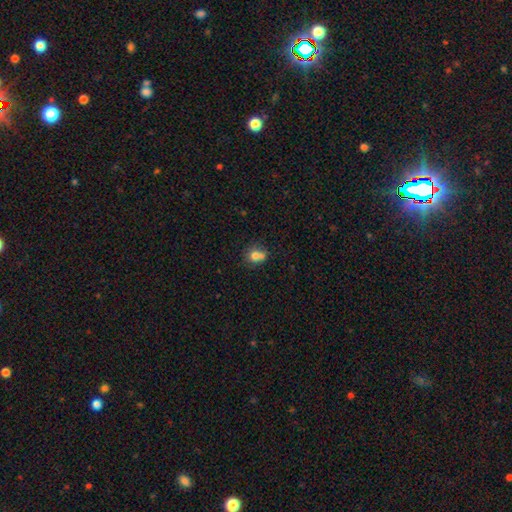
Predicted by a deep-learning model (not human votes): A smooth galaxy with no disk features (74%) that is round (74%). Merging: none (44%).